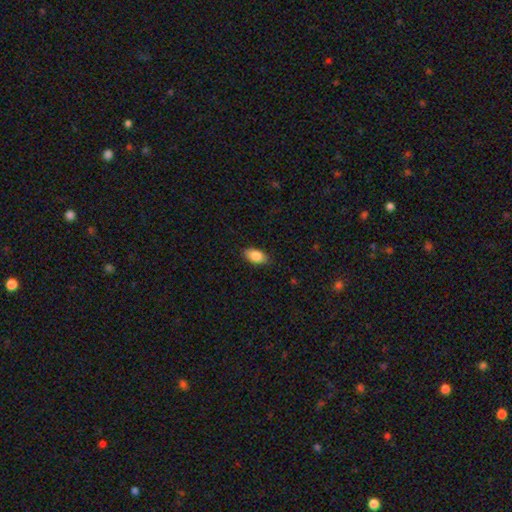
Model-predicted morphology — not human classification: This is clearly a smooth galaxy (87%). How rounded: clearly in between (93%). Merging: clearly none (87%).